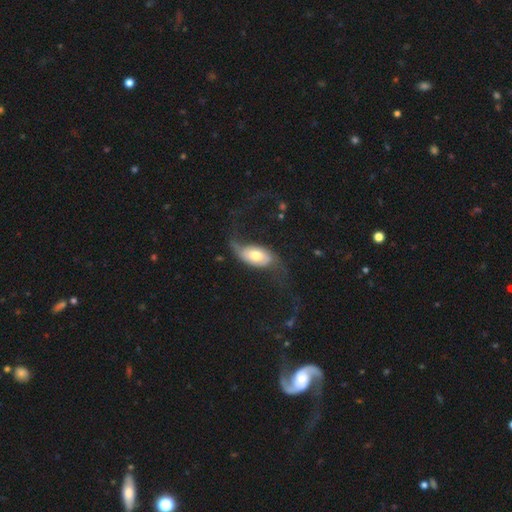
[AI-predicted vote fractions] featured or disk 64%, smooth 30%, star or artifact 6%. Down the decision tree: edge-on disk — no (91%); bar — no (61%); spiral arms — yes (83%); bulge size — moderate (66%); merging — none (47%).